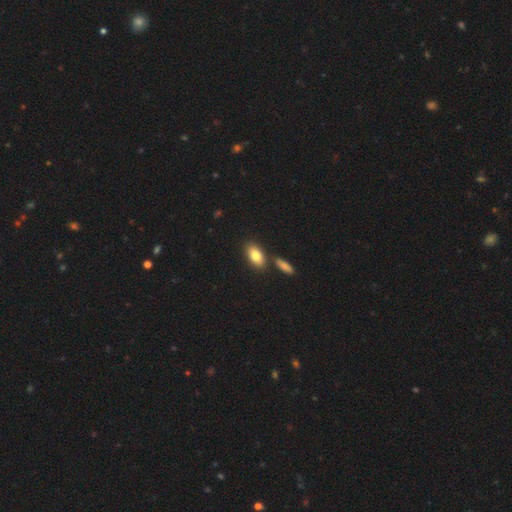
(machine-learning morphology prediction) Overall: smooth (82%). How rounded: in between (89%). Merging: none (73%).